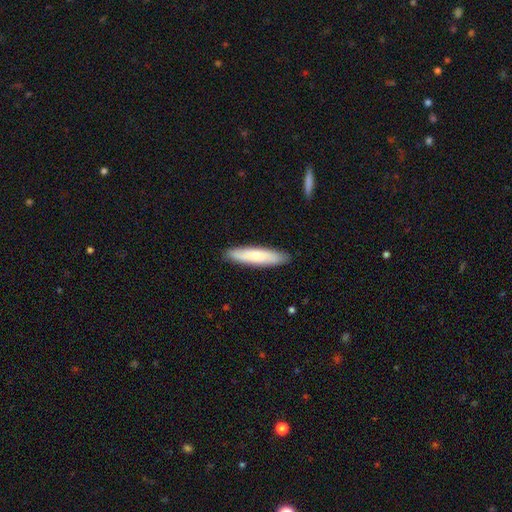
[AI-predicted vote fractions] smooth 69%, featured or disk 26%, star or artifact 5%. Down the decision tree: how rounded — cigar-shaped (81%); merging — none (89%).